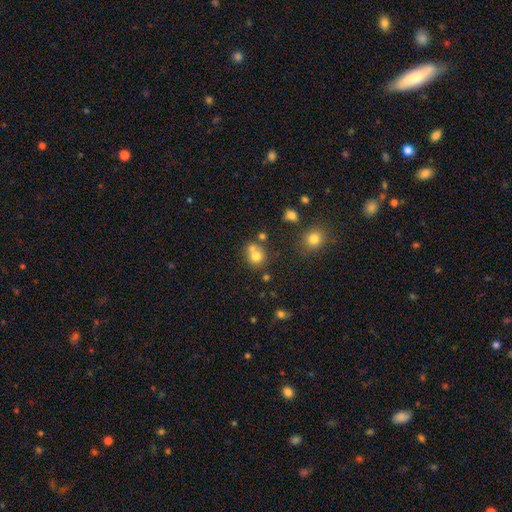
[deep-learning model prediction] Smooth or featured? Predicted: smooth (p=0.75). How rounded? Predicted: round (p=0.81). Merging? Predicted: none (p=0.50).